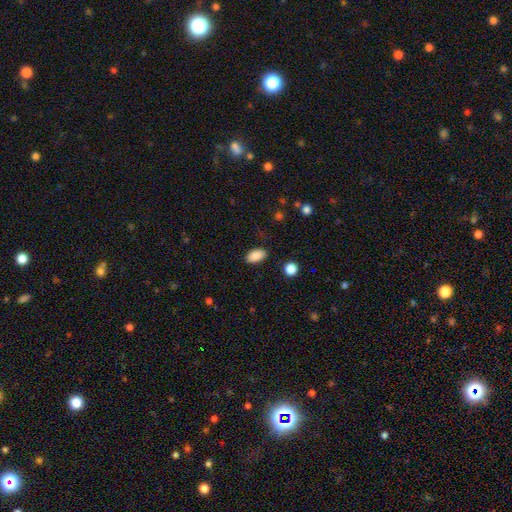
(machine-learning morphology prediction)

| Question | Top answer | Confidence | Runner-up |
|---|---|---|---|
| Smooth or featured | smooth | 88% | star or artifact (8%) |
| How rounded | in between | 92% | round (6%) |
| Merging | none | 87% | minor disturbance (9%) |